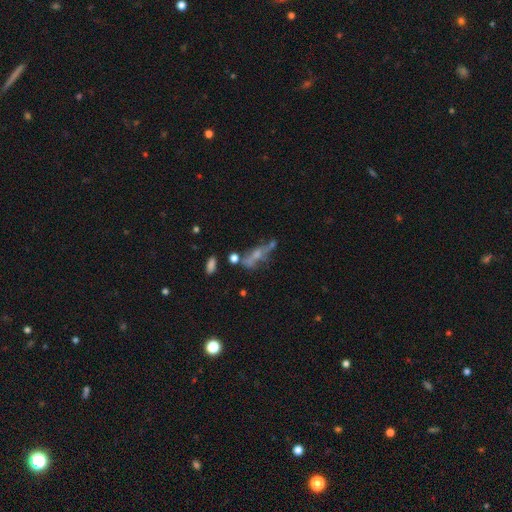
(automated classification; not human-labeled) Q: Smooth or featured?
A: featured or disk (51%); runner-up: smooth (33%)
Q: Edge-on disk?
A: no (61%); runner-up: yes (39%)
Q: Merging?
A: none (39%); runner-up: merger (21%)